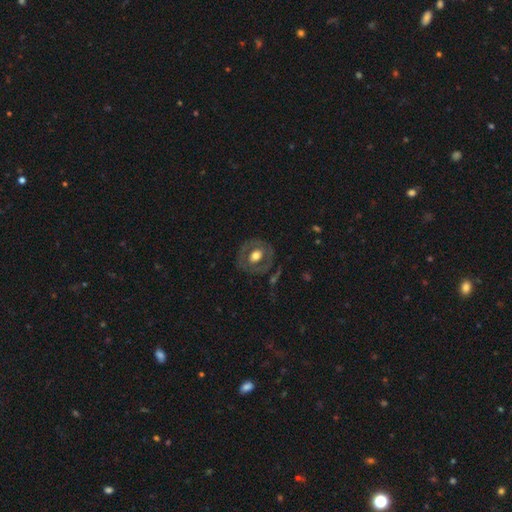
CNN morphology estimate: featured or disk 51%, smooth 43%, star or artifact 7%. Down the decision tree: edge-on disk — no (94%); merging — none (77%).